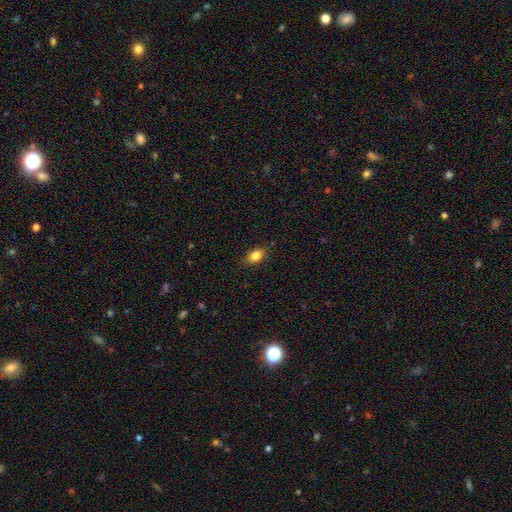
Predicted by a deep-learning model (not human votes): smooth 83%, star or artifact 9%, featured or disk 8%. Down the decision tree: how rounded — in between (82%); merging — none (84%).